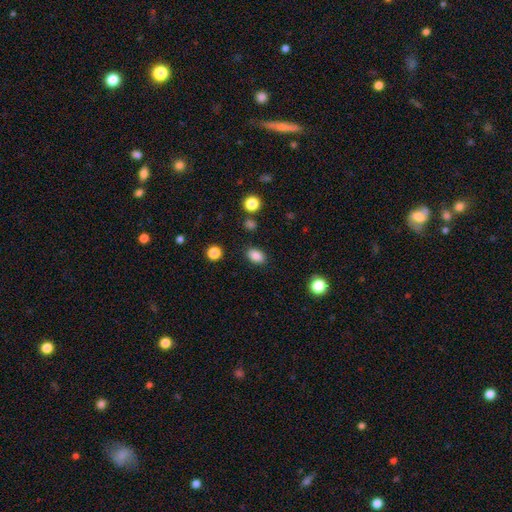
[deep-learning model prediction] smooth-or-featured: smooth: 87% | star or artifact: 10% | featured or disk: 4%
  how-rounded: in between: 81% | round: 18% | cigar-shaped: 1%
  merging: none: 87% | minor disturbance: 8% | major disturbance: 3% | merger: 2%